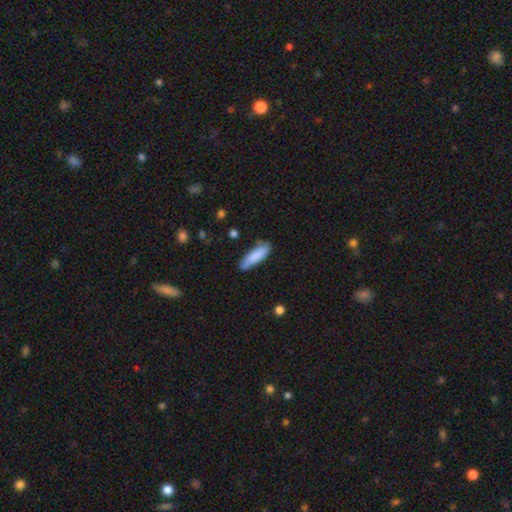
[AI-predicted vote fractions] This is clearly a smooth galaxy (83%). How rounded: likely cigar-shaped (61%). Merging: likely none (74%).